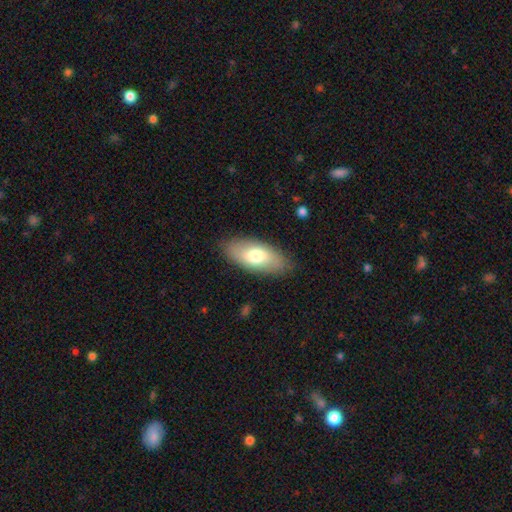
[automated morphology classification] smooth 71%, featured or disk 23%, star or artifact 6%. Down the decision tree: how rounded — in between (90%); merging — none (85%).